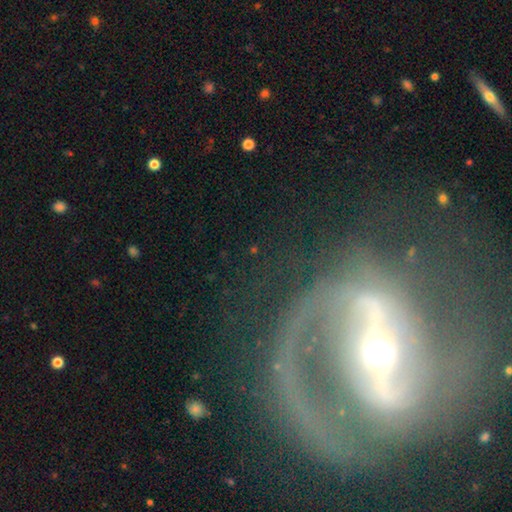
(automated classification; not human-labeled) This is clearly a featured or disk galaxy (84%). It is clearly not viewed edge-on (92%). Bar: likely strong (69%). Spiral arm pattern: clearly yes (82%). Spiral arm count: likely 2 (77%). Spiral winding: marginally medium (43%). Central bulge: possibly moderate (55%). Merging: likely none (63%).